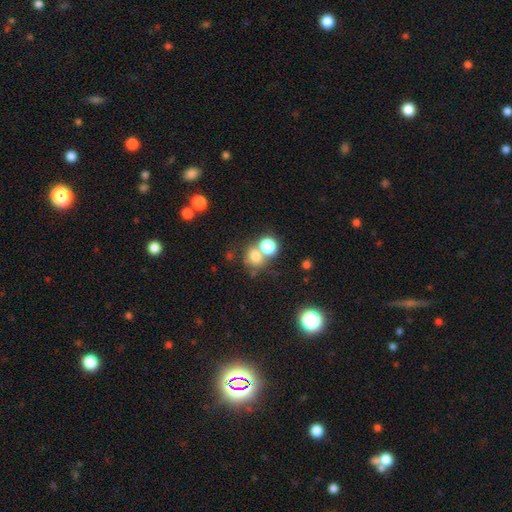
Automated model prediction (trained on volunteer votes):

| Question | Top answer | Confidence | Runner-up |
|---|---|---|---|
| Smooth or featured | smooth | 74% | star or artifact (14%) |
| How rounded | round | 69% | in between (29%) |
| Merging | merger | 49% | none (38%) |